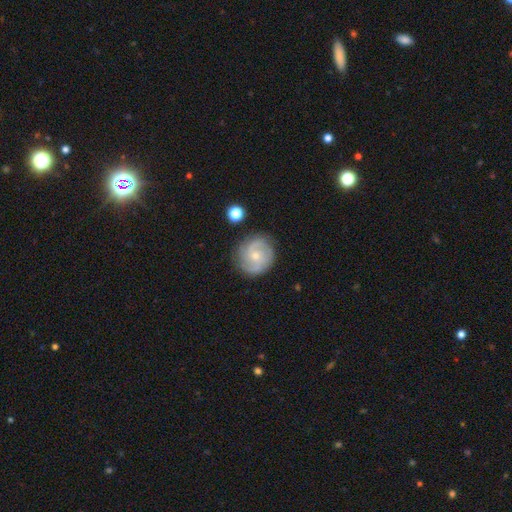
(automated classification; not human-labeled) This is likely a featured or disk galaxy (75%). It is clearly not viewed edge-on (98%). Bar: likely no (64%). Spiral arm pattern: clearly yes (94%). Spiral arm count: possibly 2 (51%). Spiral winding: marginally medium (45%). Central bulge: likely small (64%). Merging: clearly none (81%).